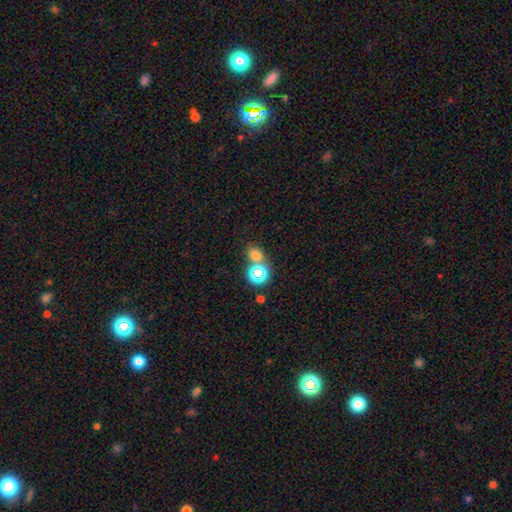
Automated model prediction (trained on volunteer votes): smooth_or_featured: smooth (p=0.64) [alt: star or artifact p=0.28]
how_rounded: round (p=0.56) [alt: in between p=0.43]
merging: none (p=0.60) [alt: merger p=0.26]